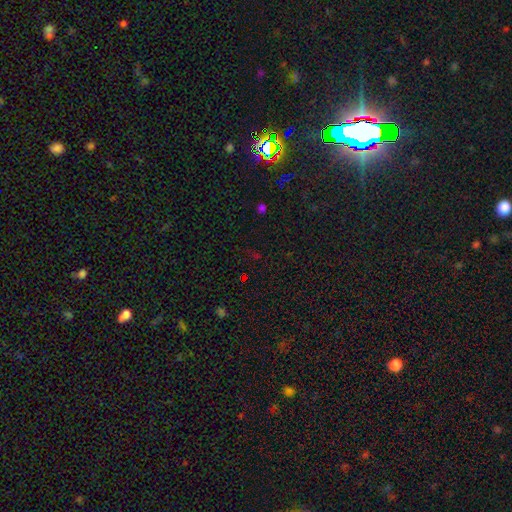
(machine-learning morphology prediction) smooth_or_featured: star or artifact (p=0.66) [alt: smooth p=0.26]